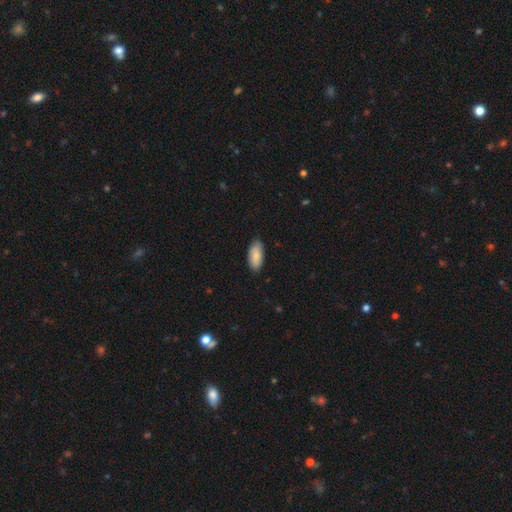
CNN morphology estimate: This appears to be a smooth galaxy with no disk features (87%) that is in between round and cigar-shaped (90%). Merging: none (84%).